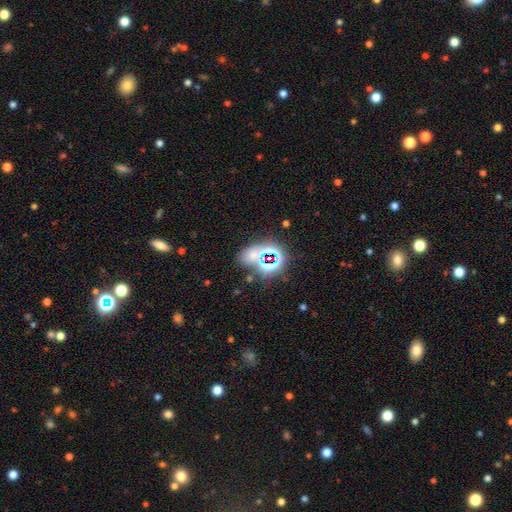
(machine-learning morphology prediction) Q: Smooth or featured?
A: star or artifact (50%); runner-up: smooth (39%)